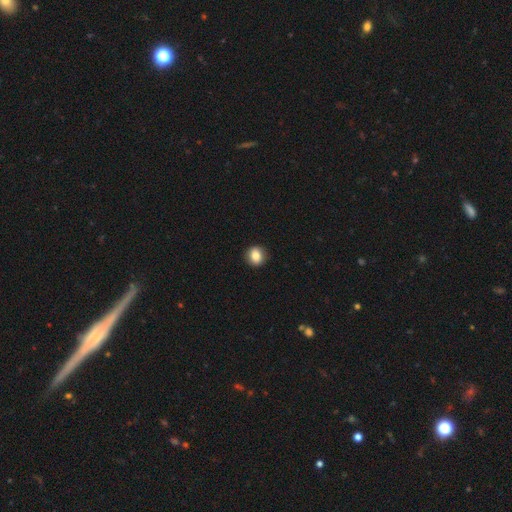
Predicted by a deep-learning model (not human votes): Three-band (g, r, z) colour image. It shows a smooth galaxy with no disk features (83%) that is round (82%). Merging: none (91%).